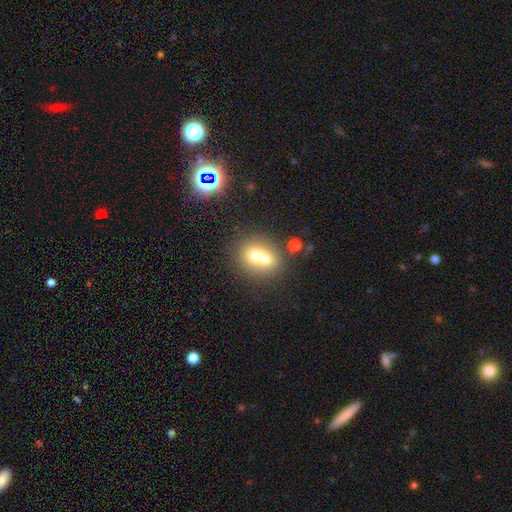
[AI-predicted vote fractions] Overall: smooth (66%). How rounded: round (74%). Merging: merger (65%; none 27%).